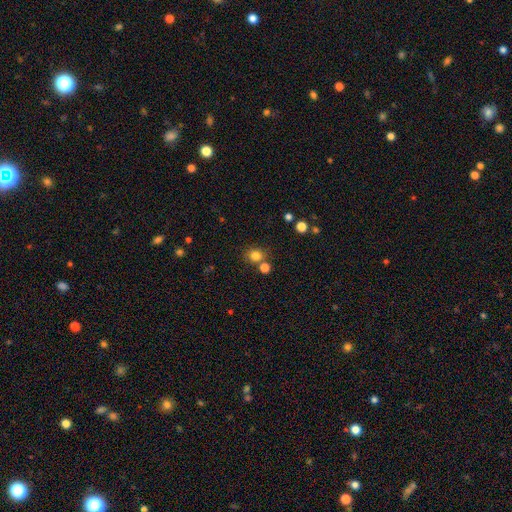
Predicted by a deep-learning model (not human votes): This is clearly a smooth galaxy (80%). How rounded: likely round (79%). Merging: likely none (71%).